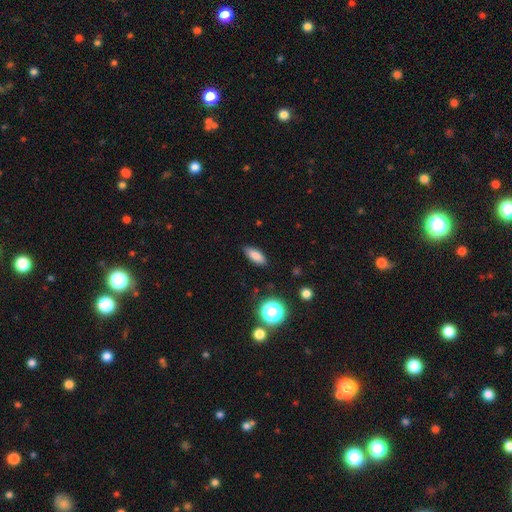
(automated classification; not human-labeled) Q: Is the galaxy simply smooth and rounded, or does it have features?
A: smooth — 82%.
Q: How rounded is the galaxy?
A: in between — 74%.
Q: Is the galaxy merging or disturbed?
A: none — 87%.